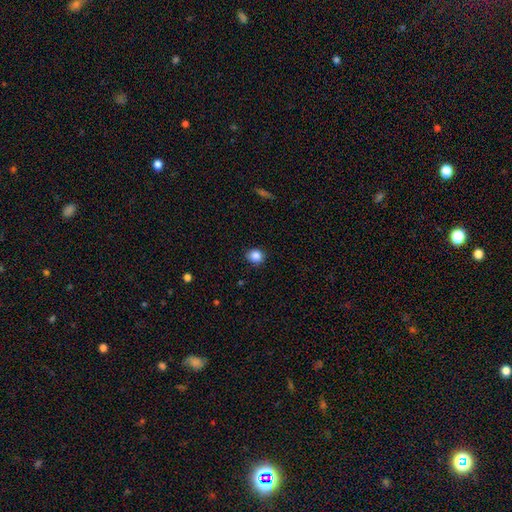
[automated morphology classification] A smooth galaxy with no disk features (86%) that is round (84%).

Vote fractions:
- Smooth or featured? smooth: 86% / star or artifact: 10% / featured or disk: 4%
- How rounded? round: 84% / in between: 15% / cigar-shaped: 1%
- Merging? none: 87% / minor disturbance: 10% / major disturbance: 2% / merger: 1%